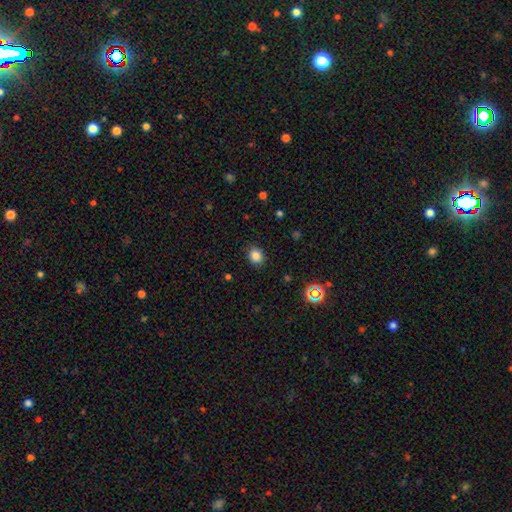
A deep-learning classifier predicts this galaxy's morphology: This is clearly a smooth galaxy (84%). How rounded: likely round (61%). Merging: clearly none (88%).